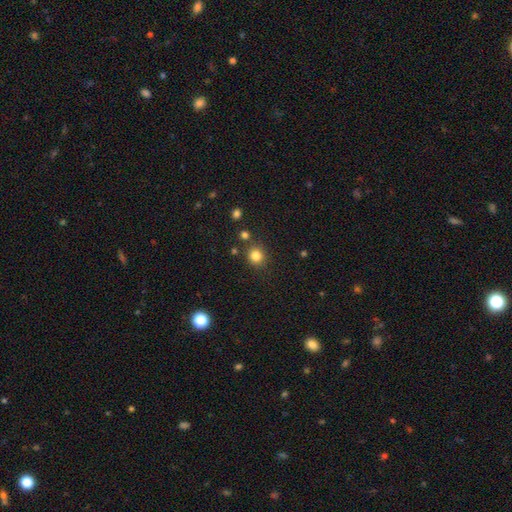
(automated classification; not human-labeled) Smooth or featured?
  - smooth: 83% *
  - star or artifact: 13%
  - featured or disk: 5%
How rounded?
  - round: 89% *
  - in between: 10%
  - cigar-shaped: 1%
Merging?
  - none: 84% *
  - minor disturbance: 8%
  - merger: 5%
  - major disturbance: 3%